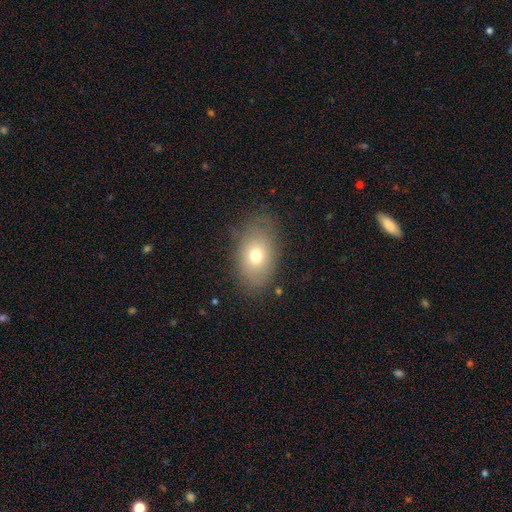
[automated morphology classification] type=smooth (70%); roundness=in between (84%); merging=none (77%).